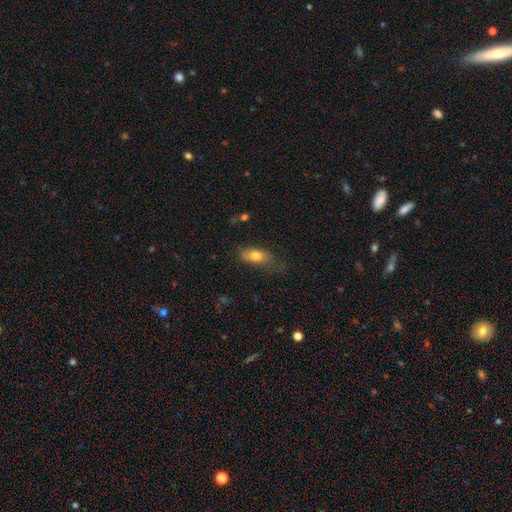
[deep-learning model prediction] This is likely a smooth galaxy (74%). How rounded: clearly in between (80%). Merging: possibly none (53%).